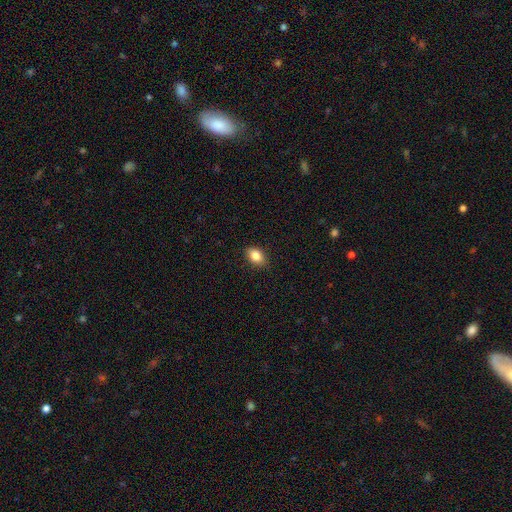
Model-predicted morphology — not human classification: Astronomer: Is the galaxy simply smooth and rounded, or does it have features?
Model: smooth — 86%.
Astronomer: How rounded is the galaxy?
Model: in between — 84%.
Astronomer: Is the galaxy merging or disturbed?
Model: none — 87%.